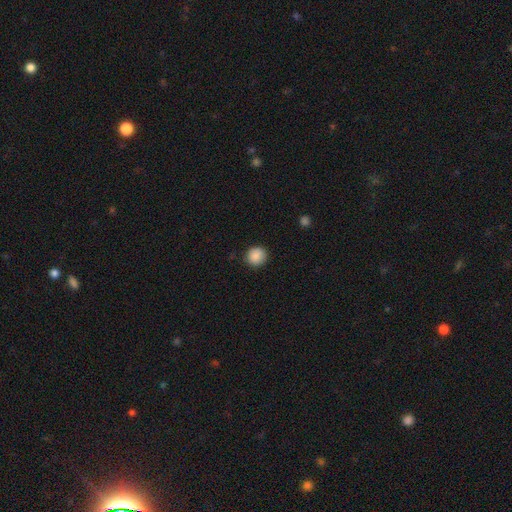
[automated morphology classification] type=smooth (88%); roundness=round (88%); merging=none (88%).